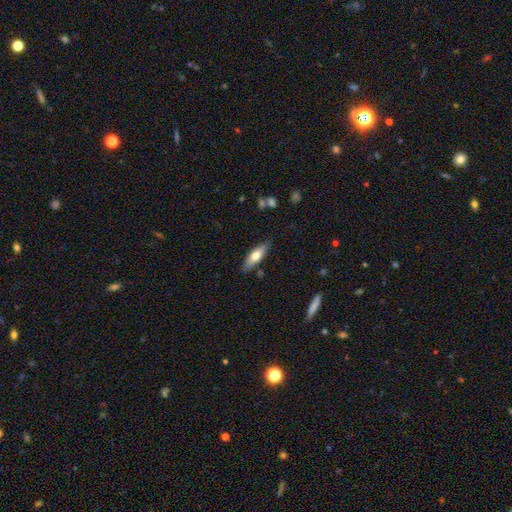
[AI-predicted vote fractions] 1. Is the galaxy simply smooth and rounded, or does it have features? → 64% smooth, 30% featured or disk, 6% star or artifact.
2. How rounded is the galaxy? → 51% in between, 47% cigar-shaped, 2% round.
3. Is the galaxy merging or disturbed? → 83% none, 12% minor disturbance, 2% major disturbance, 2% merger.